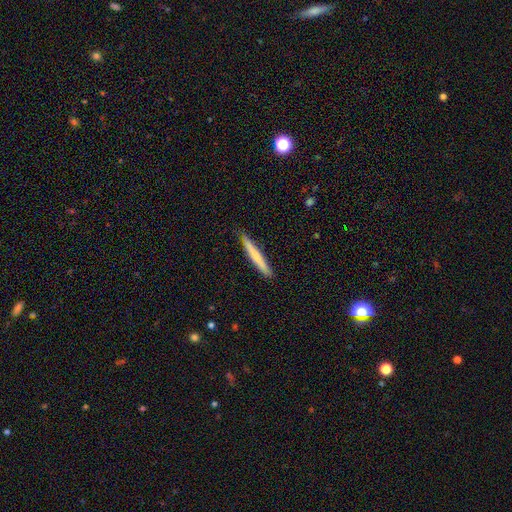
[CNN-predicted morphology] smooth_or_featured: smooth (p=0.66) [alt: featured or disk p=0.29]
how_rounded: cigar-shaped (p=0.96) [alt: in between p=0.03]
merging: none (p=0.88) [alt: minor disturbance p=0.10]